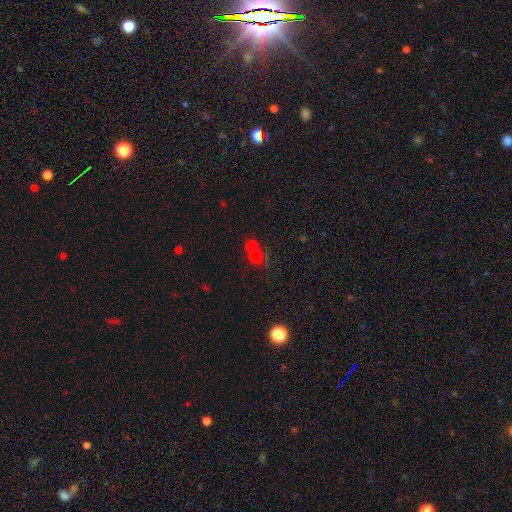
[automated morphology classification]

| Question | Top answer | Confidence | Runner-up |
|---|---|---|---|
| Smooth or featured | smooth | 57% | star or artifact (26%) |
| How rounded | round | 71% | in between (27%) |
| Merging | merger | 53% | none (31%) |